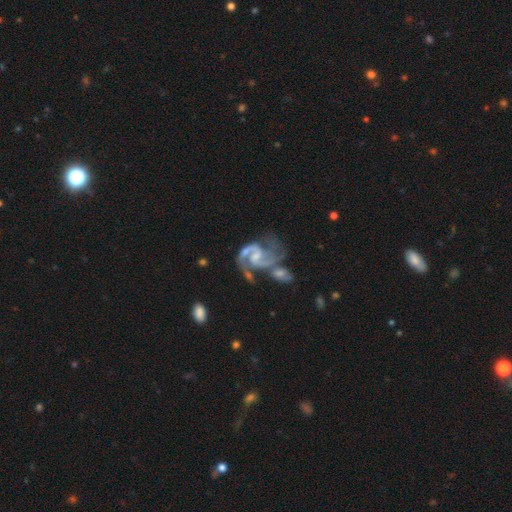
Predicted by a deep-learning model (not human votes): Smooth or featured?
  - featured or disk: 91% *
  - star or artifact: 5%
  - smooth: 4%
Edge-on disk?
  - no: 98% *
  - yes: 2%
Bar?
  - weak: 51% *
  - no: 32%
  - strong: 17%
Spiral arms?
  - yes: 97% *
  - no: 3%
Spiral winding?
  - medium: 58% *
  - loose: 25%
  - tight: 17%
Spiral arm count?
  - 2: 88% *
  - 1: 4%
  - can't tell: 3%
  - 3: 3%
  - 4: 1%
  - more than 4: 1%
Bulge size?
  - small: 46% *
  - moderate: 26%
  - none: 23%
  - large: 3%
  - dominant: 1%
Merging?
  - merger: 37% *
  - none: 28%
  - major disturbance: 19%
  - minor disturbance: 15%